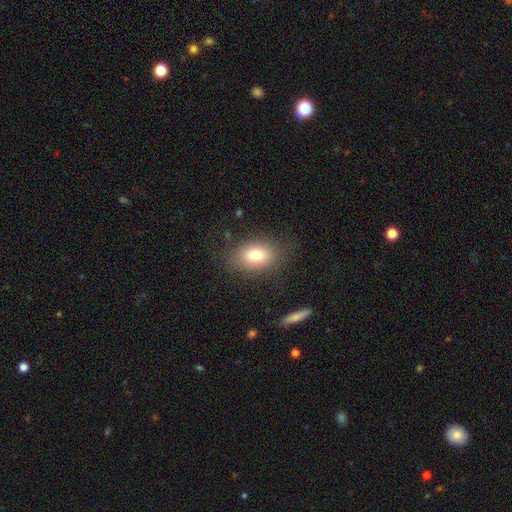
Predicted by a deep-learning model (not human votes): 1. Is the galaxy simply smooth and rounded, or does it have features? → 78% smooth, 12% featured or disk, 9% star or artifact.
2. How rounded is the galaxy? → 83% in between, 15% round, 2% cigar-shaped.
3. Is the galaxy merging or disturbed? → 79% none, 13% minor disturbance, 6% major disturbance, 2% merger.